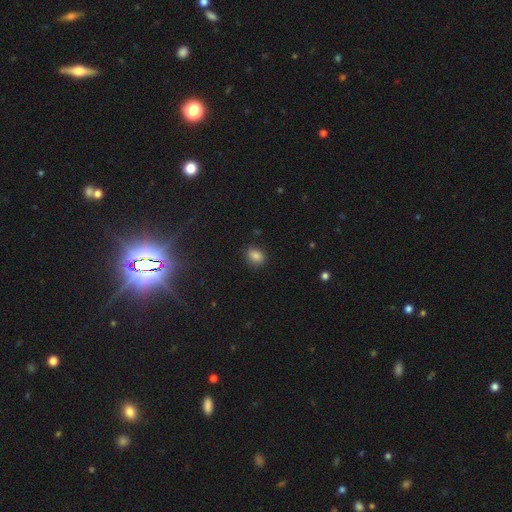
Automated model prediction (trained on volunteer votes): smooth_or_featured: smooth (p=0.83) [alt: star or artifact p=0.12]
how_rounded: in between (p=0.56) [alt: round p=0.42]
merging: none (p=0.86) [alt: minor disturbance p=0.10]